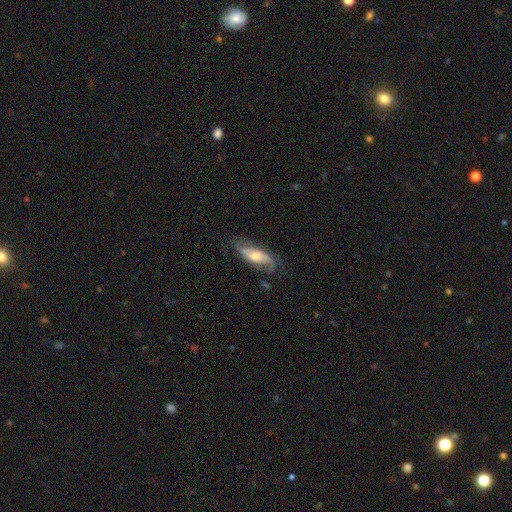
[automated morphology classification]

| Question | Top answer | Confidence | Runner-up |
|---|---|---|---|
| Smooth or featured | featured or disk | 73% | smooth (21%) |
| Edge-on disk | no | 83% | yes (17%) |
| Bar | no | 54% | weak (31%) |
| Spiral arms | yes | 90% | no (10%) |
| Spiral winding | loose | 41% | medium (39%) |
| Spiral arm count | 2 | 79% | can't tell (10%) |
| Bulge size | moderate | 64% | small (21%) |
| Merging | none | 65% | minor disturbance (22%) |